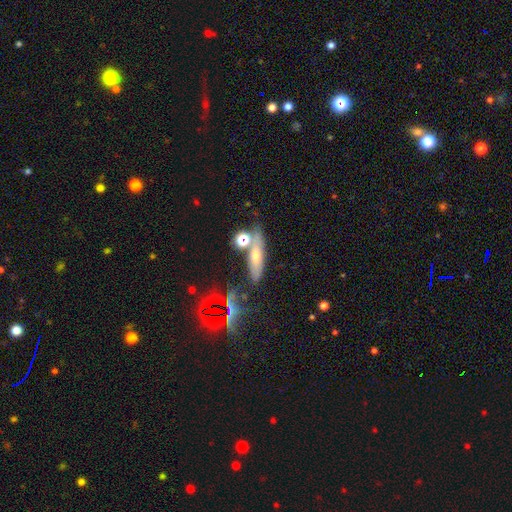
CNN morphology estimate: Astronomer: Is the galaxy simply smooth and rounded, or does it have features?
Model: smooth — 47% (runner-up: featured or disk, 30%).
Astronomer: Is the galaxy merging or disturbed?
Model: none — 65%.